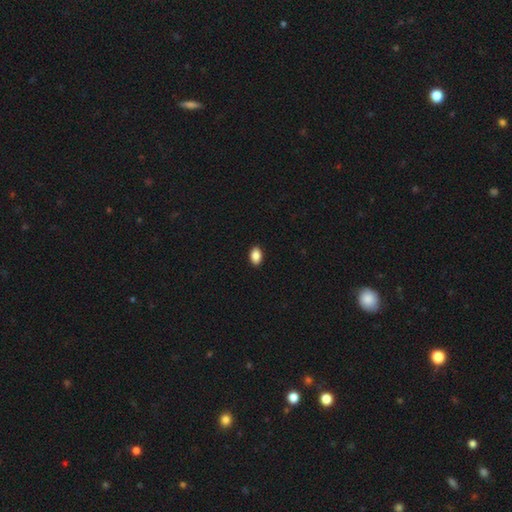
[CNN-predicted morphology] A smooth galaxy with no disk features (88%) that is in between round and cigar-shaped (89%).

Vote fractions:
- Smooth or featured? smooth: 88% / star or artifact: 8% / featured or disk: 4%
- How rounded? in between: 89% / round: 9% / cigar-shaped: 2%
- Merging? none: 91% / minor disturbance: 7% / major disturbance: 2% / merger: 1%